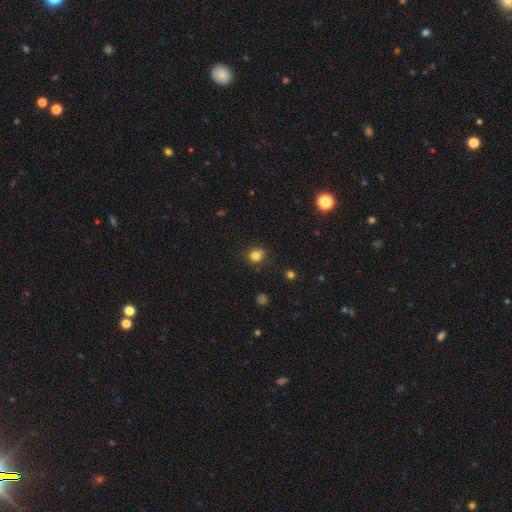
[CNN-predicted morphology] Smooth or featured? Predicted: smooth (p=0.81). How rounded? Predicted: round (p=0.72). Merging? Predicted: none (p=0.74).